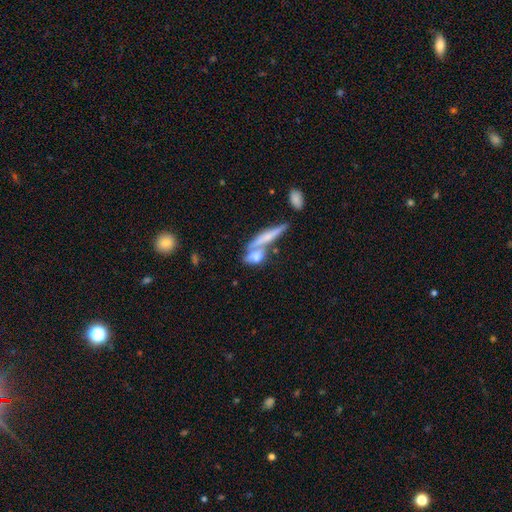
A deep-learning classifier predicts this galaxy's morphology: This is marginally a smooth galaxy (44%). Merging: marginally none (43%).